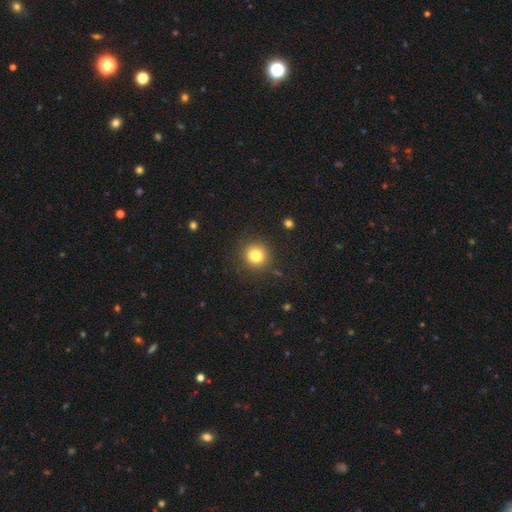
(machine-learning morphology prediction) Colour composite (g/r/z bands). It shows a smooth galaxy with no disk features (82%) that is round (91%). Merging: none (87%).